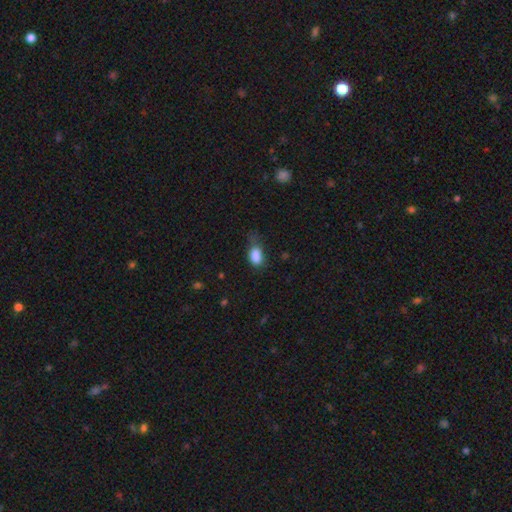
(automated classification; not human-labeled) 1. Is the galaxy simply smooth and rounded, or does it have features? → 85% smooth, 9% star or artifact, 6% featured or disk.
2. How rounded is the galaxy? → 86% in between, 11% round, 3% cigar-shaped.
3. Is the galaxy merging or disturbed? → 40% none, 35% minor disturbance, 21% major disturbance, 3% merger.